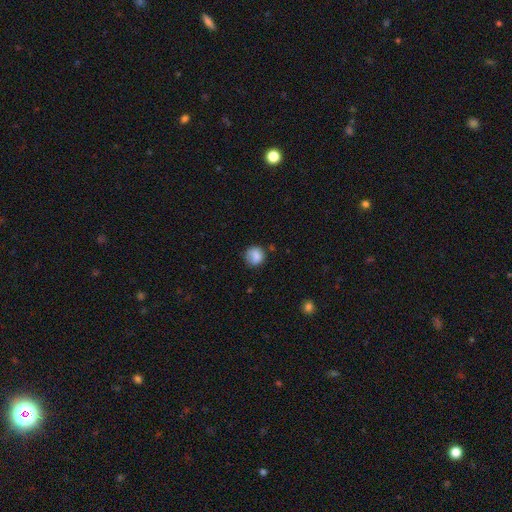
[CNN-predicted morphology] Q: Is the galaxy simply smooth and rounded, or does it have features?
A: smooth — 84%.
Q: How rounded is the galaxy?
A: round — 86%.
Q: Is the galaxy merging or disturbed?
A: none — 71%.